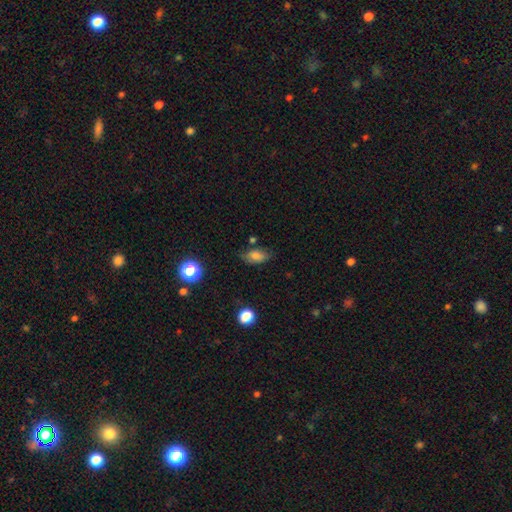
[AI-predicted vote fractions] A smooth galaxy with no disk features (79%) that is in between round and cigar-shaped (89%). Merging: none (70%).